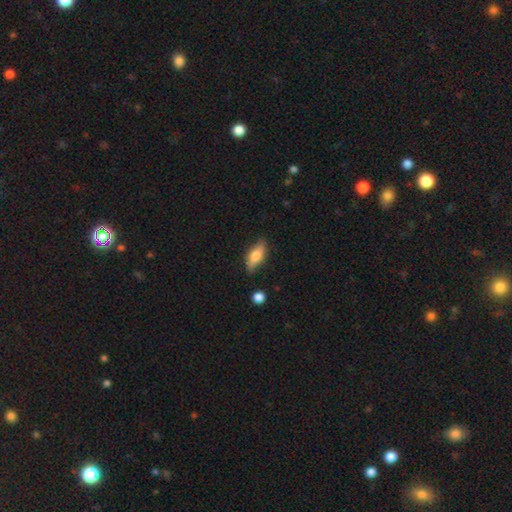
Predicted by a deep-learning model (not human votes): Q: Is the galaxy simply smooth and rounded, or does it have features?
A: smooth — 68%.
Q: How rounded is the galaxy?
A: in between — 77%.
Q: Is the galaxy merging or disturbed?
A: none — 77%.